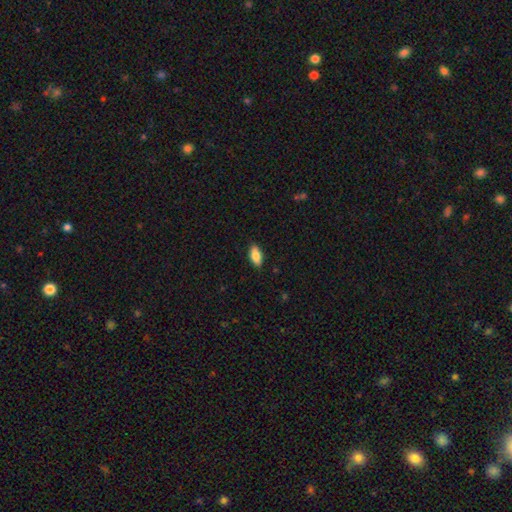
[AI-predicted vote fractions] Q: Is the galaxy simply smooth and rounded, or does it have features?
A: smooth — 82%.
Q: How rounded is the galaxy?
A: in between — 87%.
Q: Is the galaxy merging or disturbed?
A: none — 88%.